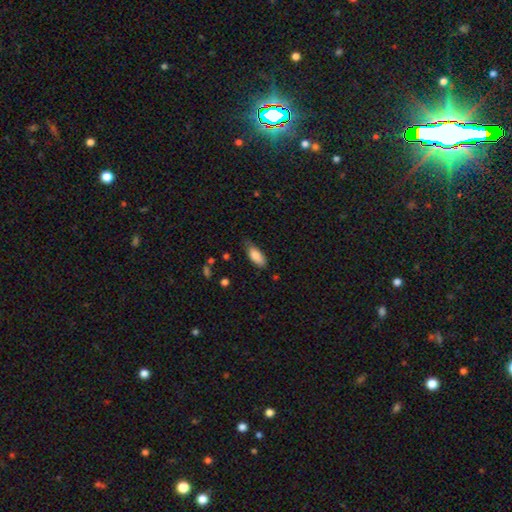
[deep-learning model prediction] Smooth or featured? smooth (84%)
How rounded? in between (79%)
Merging? none (62%)